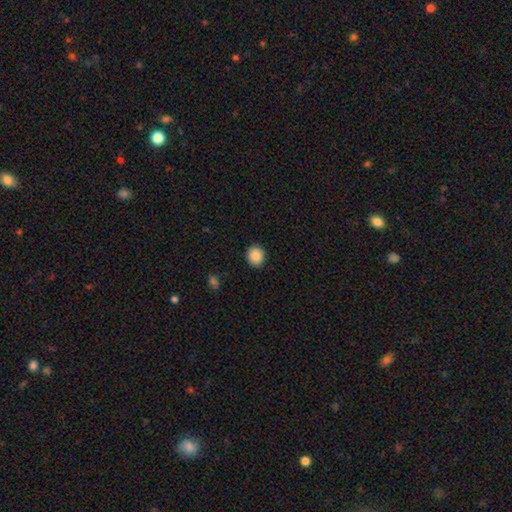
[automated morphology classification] smooth 88%, star or artifact 9%, featured or disk 4%. Down the decision tree: how rounded — round (81%); merging — none (91%).